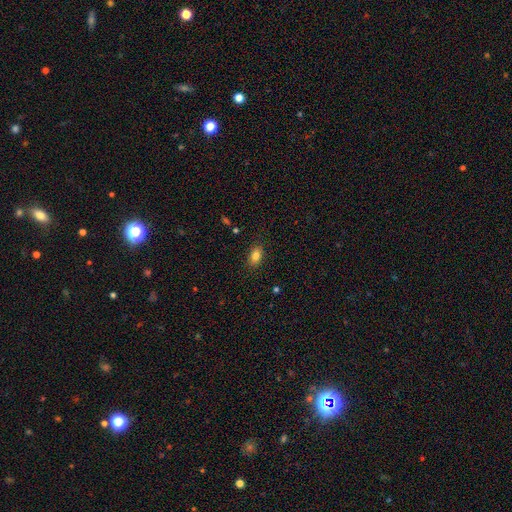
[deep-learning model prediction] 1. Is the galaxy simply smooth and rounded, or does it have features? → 82% smooth, 10% star or artifact, 9% featured or disk.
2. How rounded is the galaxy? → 86% in between, 11% round, 3% cigar-shaped.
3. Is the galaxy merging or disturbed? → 87% none, 10% minor disturbance, 2% major disturbance, 1% merger.